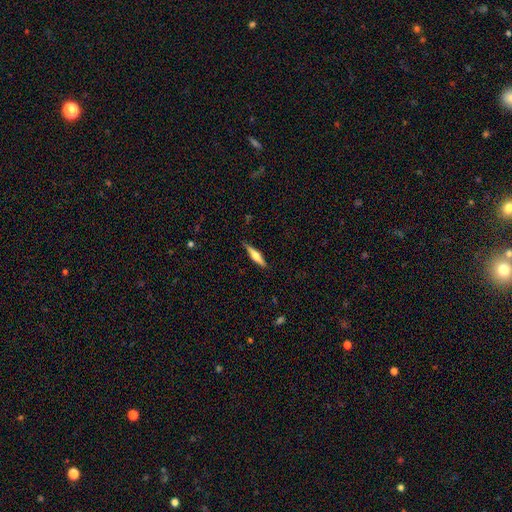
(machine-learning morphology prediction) featured or disk 51%, smooth 43%, star or artifact 6%. Down the decision tree: edge-on disk — yes (96%); merging — none (86%).